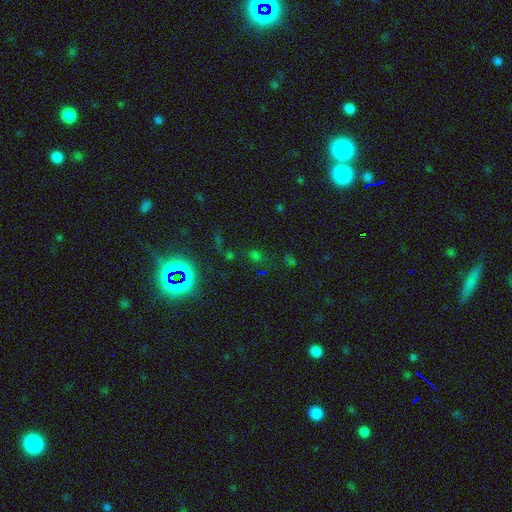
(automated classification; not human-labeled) The model was most divided on "smooth or featured": star or artifact: 57%, smooth: 34%, featured or disk: 8%.